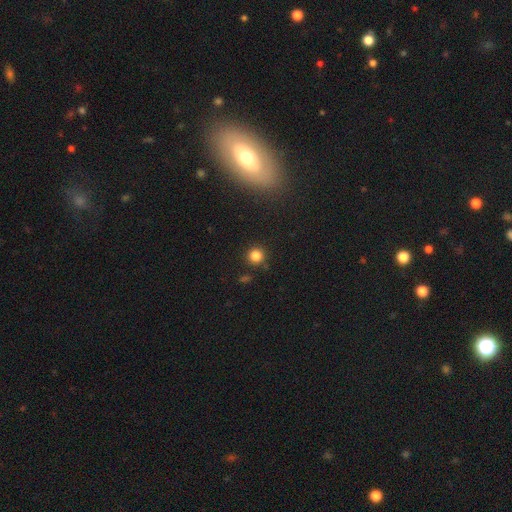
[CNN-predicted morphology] A smooth galaxy with no disk features (82%) that is round (94%). Merging: none (88%).